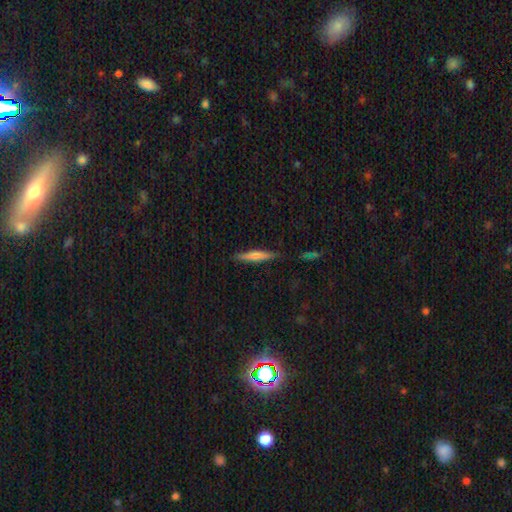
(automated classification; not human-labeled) smooth_or_featured: smooth (p=0.53) [alt: featured or disk p=0.41]
how_rounded: cigar-shaped (p=0.92) [alt: in between p=0.07]
merging: none (p=0.85) [alt: minor disturbance p=0.11]